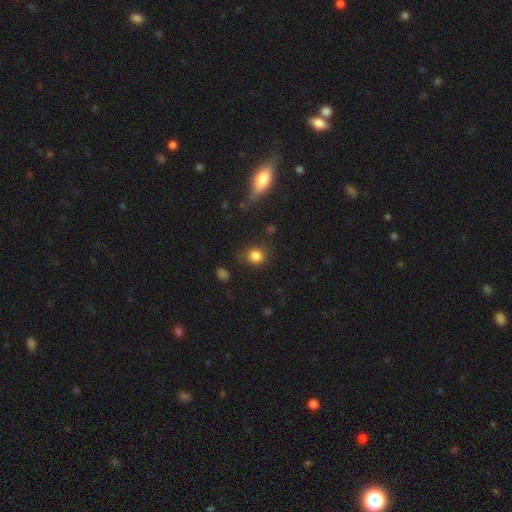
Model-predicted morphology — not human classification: Smooth or featured? smooth (84%)
How rounded? round (77%)
Merging? none (77%)